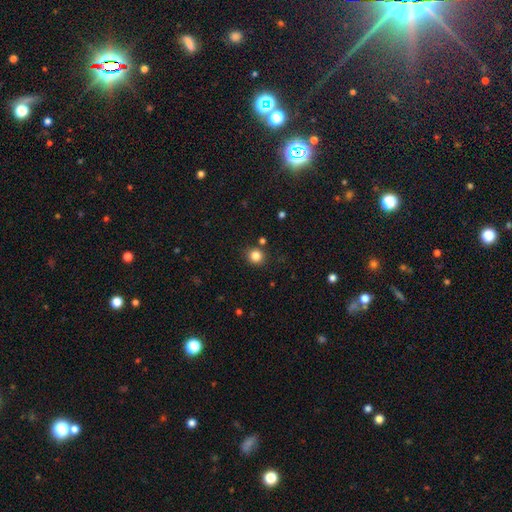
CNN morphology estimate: This is clearly a smooth galaxy (83%). How rounded: clearly round (87%). Merging: clearly none (84%).